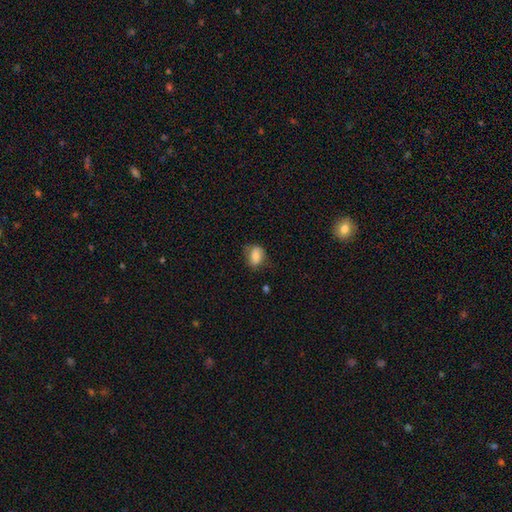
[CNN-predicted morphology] Q: Smooth or featured?
A: smooth (79%); runner-up: featured or disk (13%)
Q: How rounded?
A: in between (74%); runner-up: round (24%)
Q: Merging?
A: none (62%); runner-up: minor disturbance (27%)